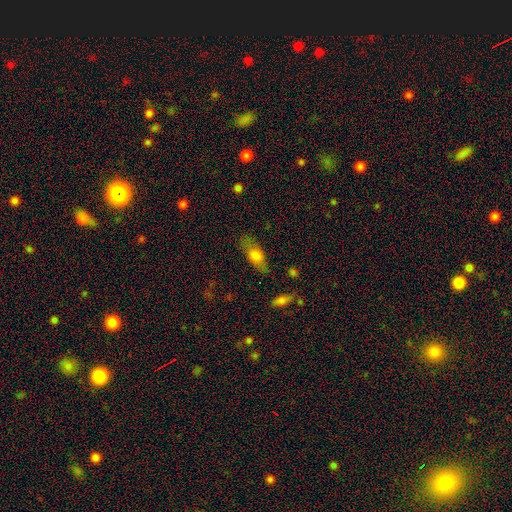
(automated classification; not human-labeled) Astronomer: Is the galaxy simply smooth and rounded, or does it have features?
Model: smooth — 71%.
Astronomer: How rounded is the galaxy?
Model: in between — 73%.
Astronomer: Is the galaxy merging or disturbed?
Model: none — 73%.